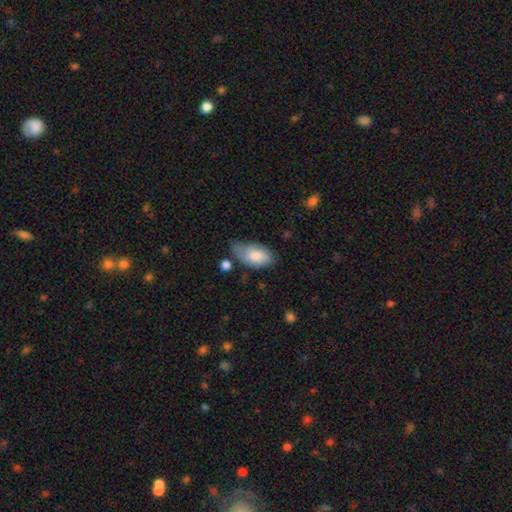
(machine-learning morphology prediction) This appears to be a smooth galaxy with no disk features (79%) that is in between round and cigar-shaped (94%). Merging: none (42%).